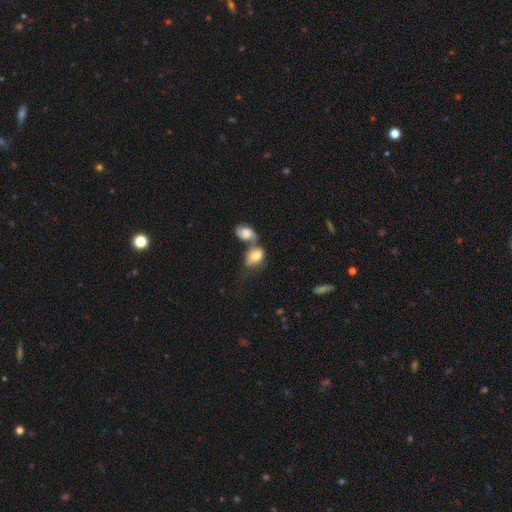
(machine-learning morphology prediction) smooth_or_featured: smooth (p=0.76) [alt: featured or disk p=0.17]
how_rounded: in between (p=0.78) [alt: round p=0.21]
merging: merger (p=0.57) [alt: none p=0.22]